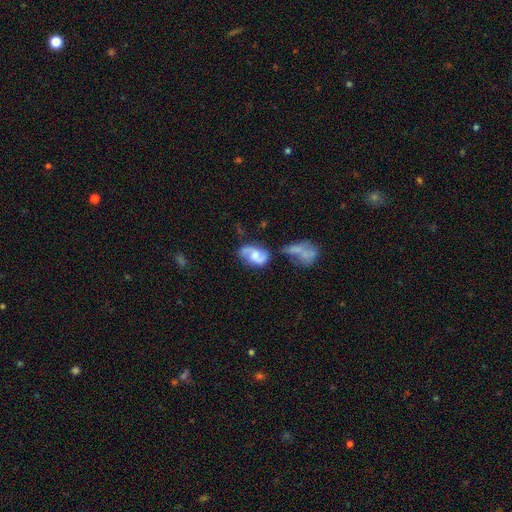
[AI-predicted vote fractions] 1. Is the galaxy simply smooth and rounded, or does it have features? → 72% featured or disk, 22% smooth, 7% star or artifact.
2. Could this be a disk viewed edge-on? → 97% no, 3% yes.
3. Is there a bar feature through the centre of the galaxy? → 50% no, 41% weak, 9% strong.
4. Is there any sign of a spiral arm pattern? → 92% yes, 8% no.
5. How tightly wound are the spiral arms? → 44% medium, 41% loose, 15% tight.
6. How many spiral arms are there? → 89% 2, 5% can't tell, 3% 1, 1% 3, 1% 4, 1% more than 4.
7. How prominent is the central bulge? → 41% moderate, 24% small, 20% none, 12% large, 2% dominant.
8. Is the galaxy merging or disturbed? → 53% none, 19% minor disturbance, 18% merger, 10% major disturbance.